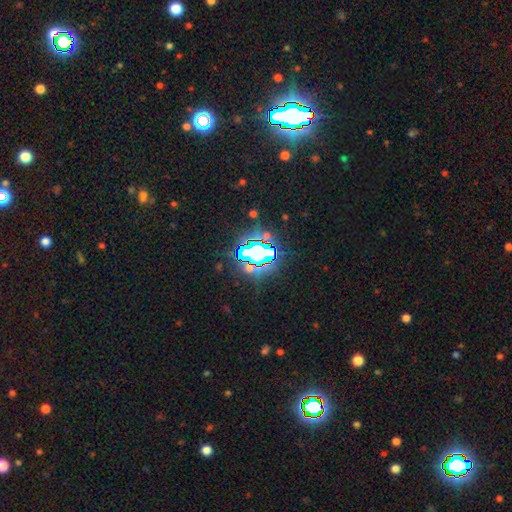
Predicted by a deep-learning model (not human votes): Smooth or featured: star or artifact — 78% (smooth — 13%)